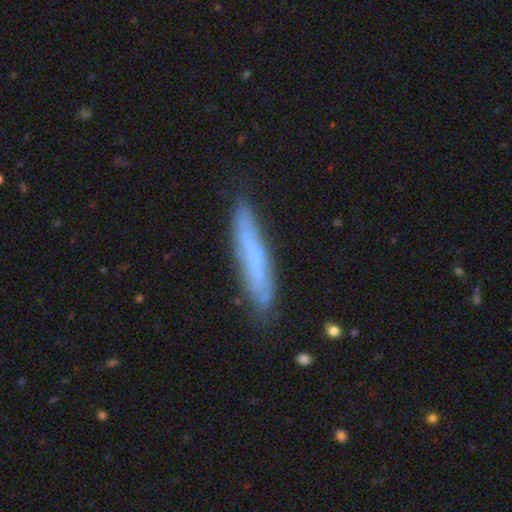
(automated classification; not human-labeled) smooth_or_featured: smooth (p=0.57) [alt: featured or disk p=0.35]
how_rounded: cigar-shaped (p=0.92) [alt: in between p=0.06]
merging: none (p=0.81) [alt: minor disturbance p=0.15]